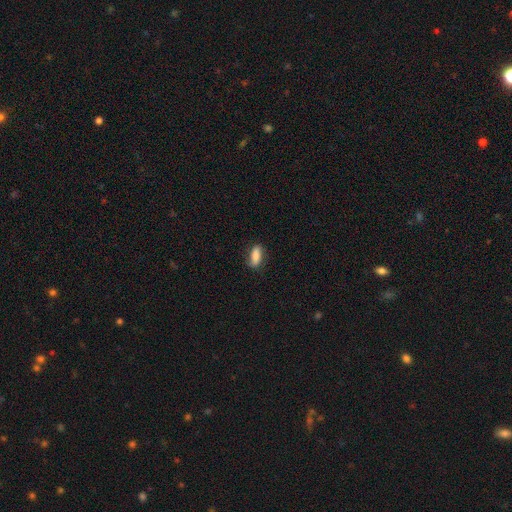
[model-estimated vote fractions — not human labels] A smooth galaxy with no disk features (81%) that is in between round and cigar-shaped (76%). Merging: none (79%).